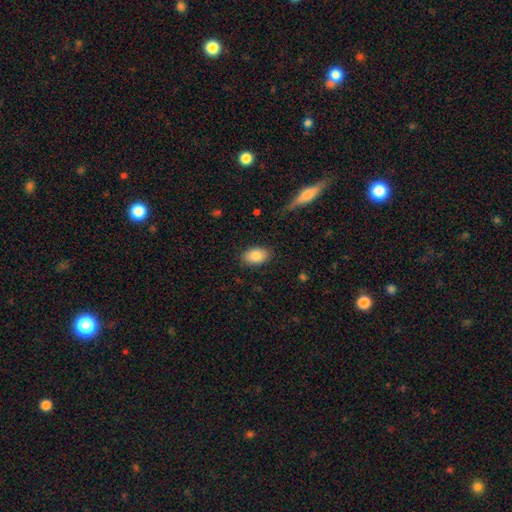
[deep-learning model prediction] The model was most divided on "merging": none: 84%, minor disturbance: 12%, major disturbance: 3%, merger: 1%. More confident: how rounded — in between (87%); smooth or featured — smooth (84%).